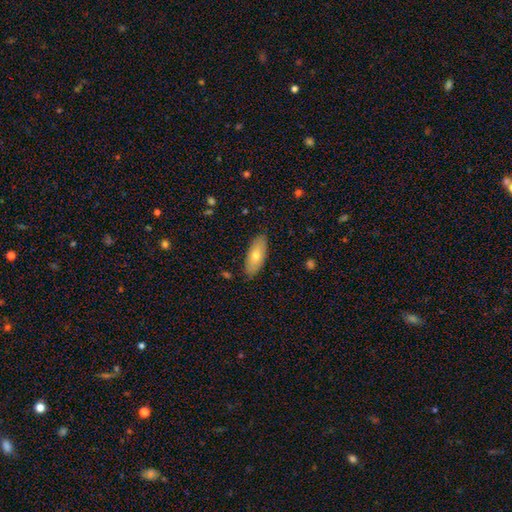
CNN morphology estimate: Overall: smooth (65%; featured or disk 28%). How rounded: in between (81%). Merging: none (86%).